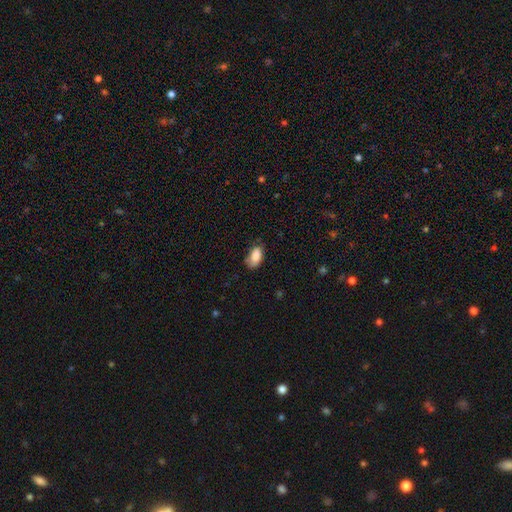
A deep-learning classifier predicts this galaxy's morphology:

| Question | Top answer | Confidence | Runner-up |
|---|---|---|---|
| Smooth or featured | smooth | 83% | featured or disk (9%) |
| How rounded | in between | 92% | round (5%) |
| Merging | none | 63% | minor disturbance (29%) |